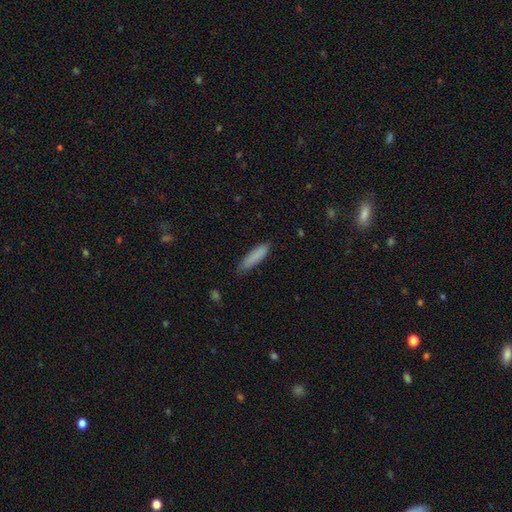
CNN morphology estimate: Overall: smooth (85%). How rounded: cigar-shaped (77%). Merging: none (78%).